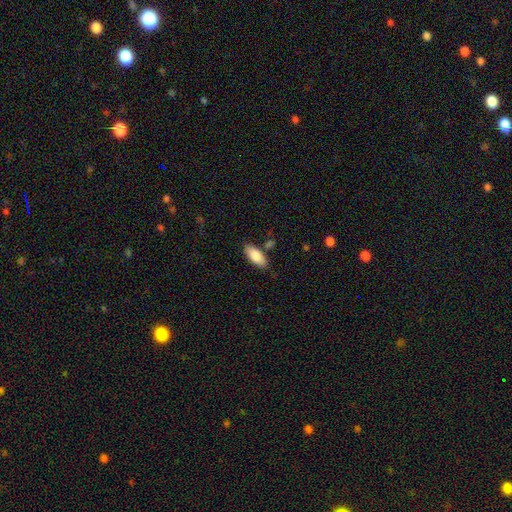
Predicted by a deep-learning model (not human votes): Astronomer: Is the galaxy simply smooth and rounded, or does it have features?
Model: smooth — 82%.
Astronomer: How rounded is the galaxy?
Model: in between — 84%.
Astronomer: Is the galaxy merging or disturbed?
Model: none — 82%.